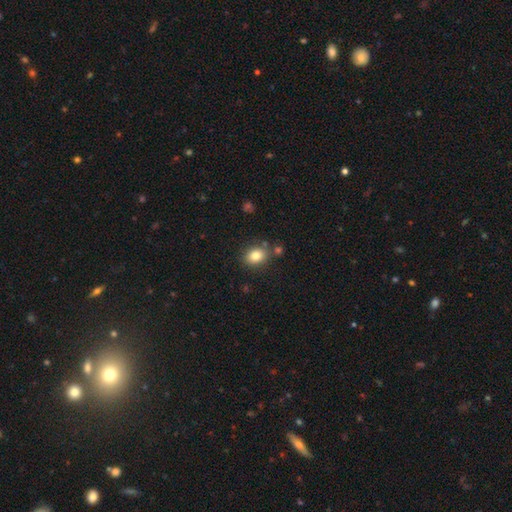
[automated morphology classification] This is clearly a smooth galaxy (80%). How rounded: possibly in between (55%). Merging: likely none (78%).